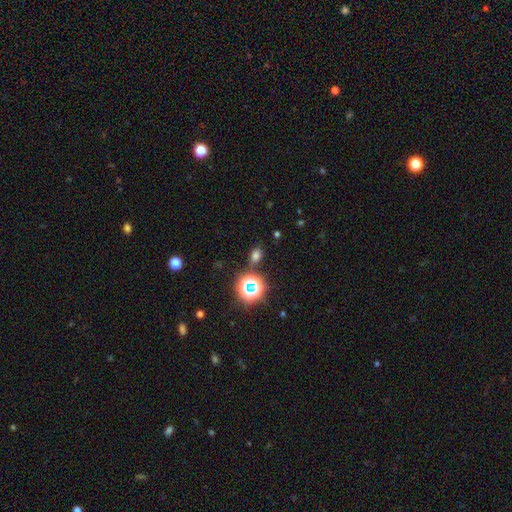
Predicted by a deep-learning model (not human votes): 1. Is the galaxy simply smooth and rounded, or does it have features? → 62% smooth, 31% star or artifact, 7% featured or disk.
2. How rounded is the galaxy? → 64% in between, 34% round, 2% cigar-shaped.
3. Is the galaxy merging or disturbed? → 77% none, 13% minor disturbance, 6% merger, 4% major disturbance.